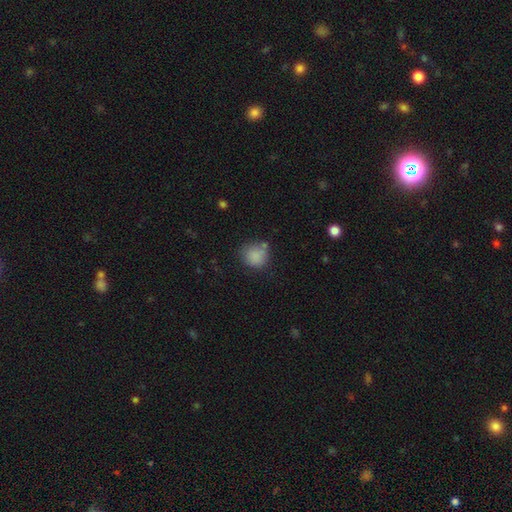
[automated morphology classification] smooth-or-featured: smooth: 84% | star or artifact: 10% | featured or disk: 6%
  how-rounded: round: 83% | in between: 16% | cigar-shaped: 1%
  merging: none: 69% | minor disturbance: 18% | merger: 7% | major disturbance: 6%